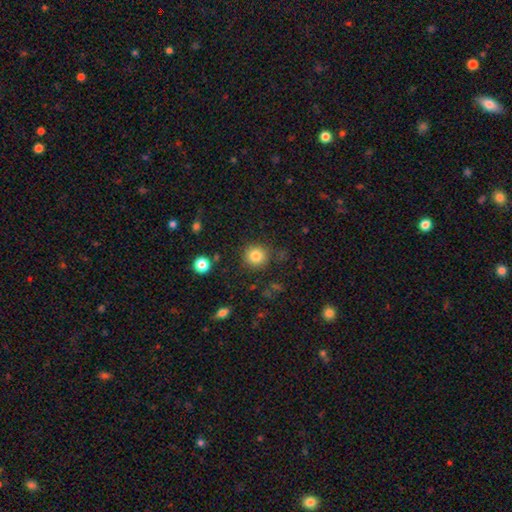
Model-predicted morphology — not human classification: Q: Smooth or featured?
A: smooth (83%); runner-up: star or artifact (11%)
Q: How rounded?
A: round (92%); runner-up: in between (7%)
Q: Merging?
A: none (85%); runner-up: minor disturbance (9%)